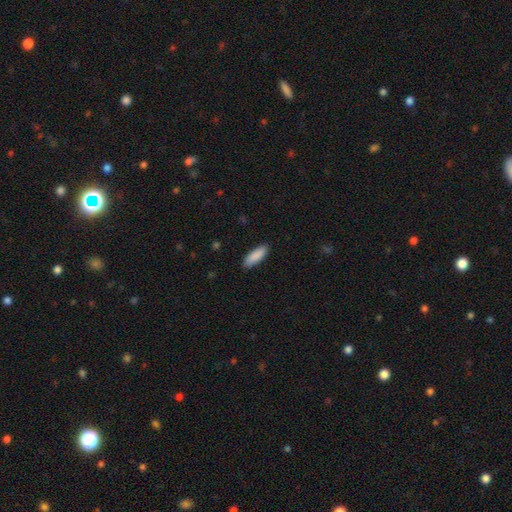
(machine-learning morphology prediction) This is clearly a smooth galaxy (90%). How rounded: possibly in between (60%). Merging: clearly none (88%).